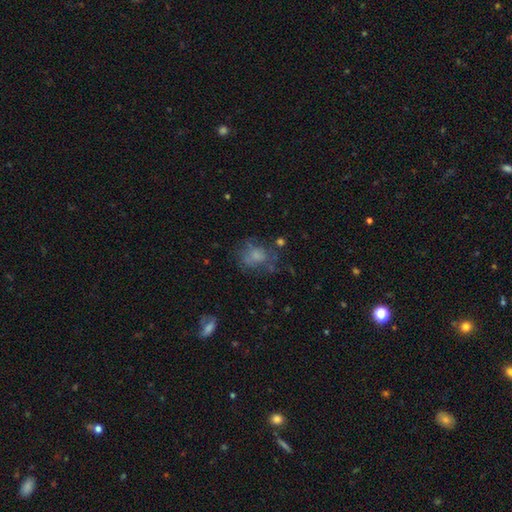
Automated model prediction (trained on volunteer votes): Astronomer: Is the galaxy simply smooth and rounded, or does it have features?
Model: smooth — 57%.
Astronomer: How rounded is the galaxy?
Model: round — 56% (runner-up: in between, 42%).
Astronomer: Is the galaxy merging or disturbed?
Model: none — 49%.